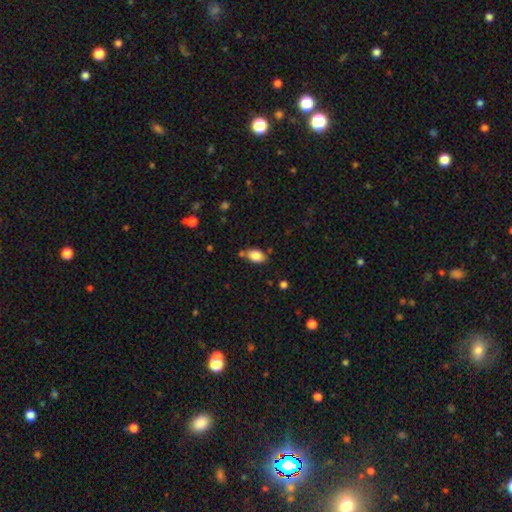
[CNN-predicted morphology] Q: Smooth or featured?
A: smooth (84%); runner-up: featured or disk (8%)
Q: How rounded?
A: in between (89%); runner-up: round (9%)
Q: Merging?
A: none (72%); runner-up: minor disturbance (17%)